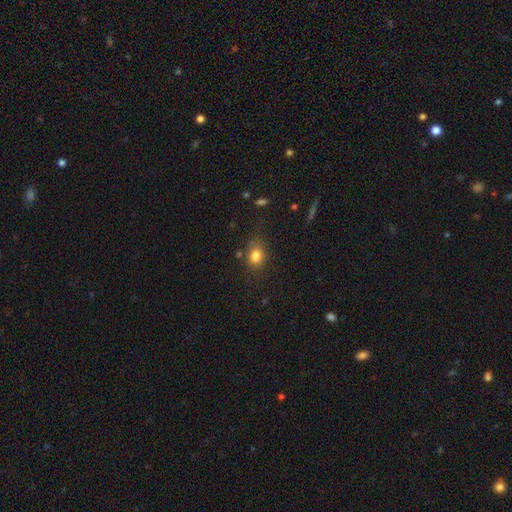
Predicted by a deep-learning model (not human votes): Smooth or featured: smooth — 81% (star or artifact — 11%)
How rounded: in between — 54% (round — 45%)
Merging: none — 66% (minor disturbance — 22%)